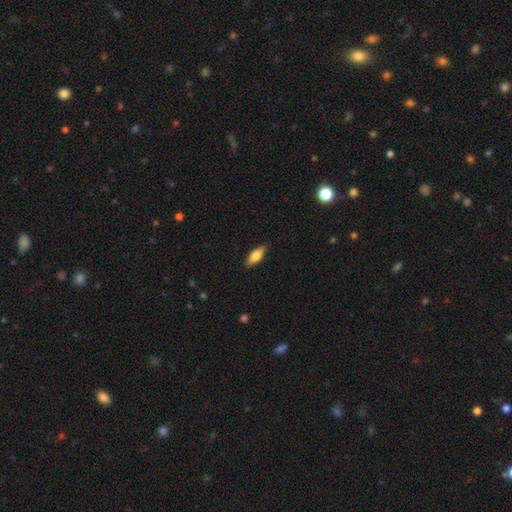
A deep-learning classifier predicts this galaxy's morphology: This appears to be a smooth galaxy with no disk features (74%) that is in between round and cigar-shaped (70%). Merging: none (87%).